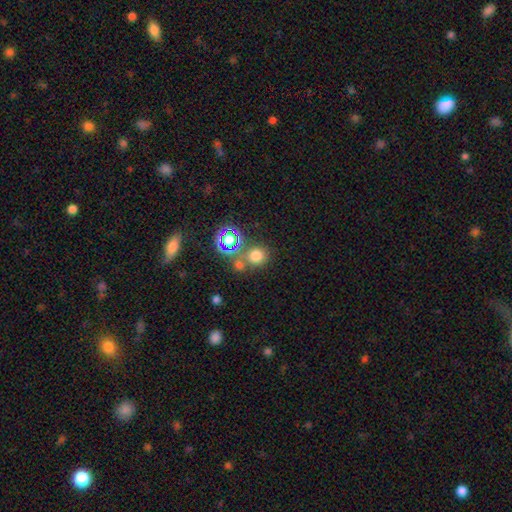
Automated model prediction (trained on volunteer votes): Overall: smooth (70%). How rounded: round (84%). Merging: none (65%).